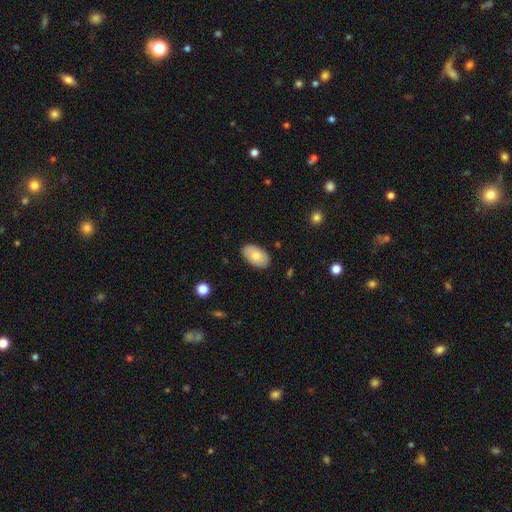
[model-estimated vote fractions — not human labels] Smooth or featured? Predicted: smooth (p=0.78). How rounded? Predicted: in between (p=0.94). Merging? Predicted: none (p=0.86).